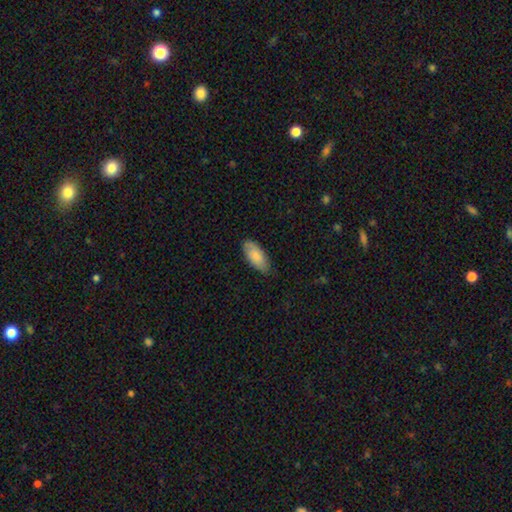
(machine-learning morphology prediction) This is clearly a smooth galaxy (82%). How rounded: clearly in between (89%). Merging: likely none (79%).